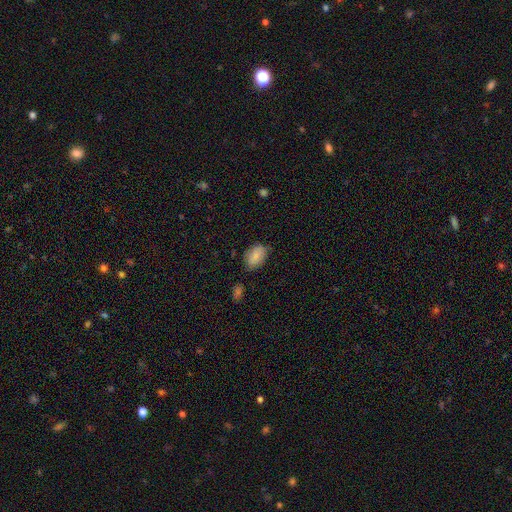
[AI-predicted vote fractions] Smooth or featured?
  - smooth: 82% *
  - featured or disk: 11%
  - star or artifact: 8%
How rounded?
  - in between: 89% *
  - round: 10%
  - cigar-shaped: 1%
Merging?
  - none: 71% *
  - minor disturbance: 22%
  - major disturbance: 4%
  - merger: 3%